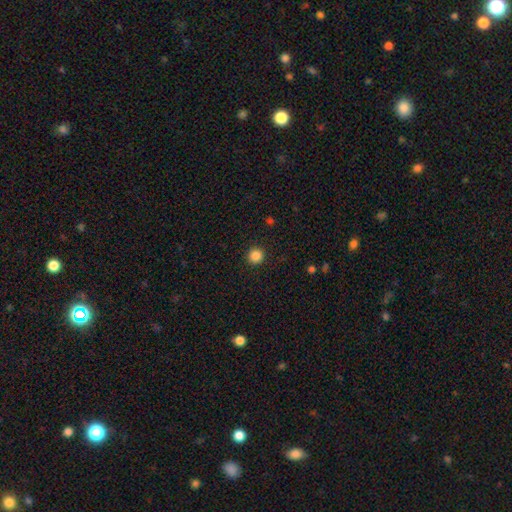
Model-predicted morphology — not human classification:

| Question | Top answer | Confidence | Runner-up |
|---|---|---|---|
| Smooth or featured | smooth | 86% | star or artifact (11%) |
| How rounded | round | 94% | in between (5%) |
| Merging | none | 92% | minor disturbance (5%) |